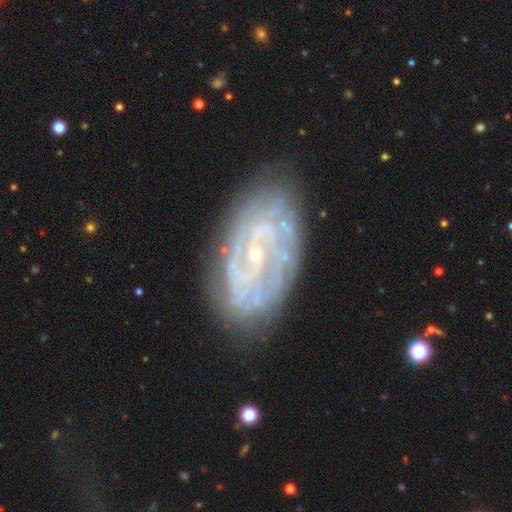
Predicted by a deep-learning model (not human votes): Smooth or featured? Predicted: featured or disk (p=0.83). Edge-on disk? Predicted: no (p=0.95). Bar? Predicted: no (p=0.48). Spiral arms? Predicted: yes (p=0.90). Spiral winding? Predicted: tight (p=0.65). Spiral arm count? Predicted: can't tell (p=0.37). Bulge size? Predicted: small (p=0.81). Merging? Predicted: none (p=0.78).